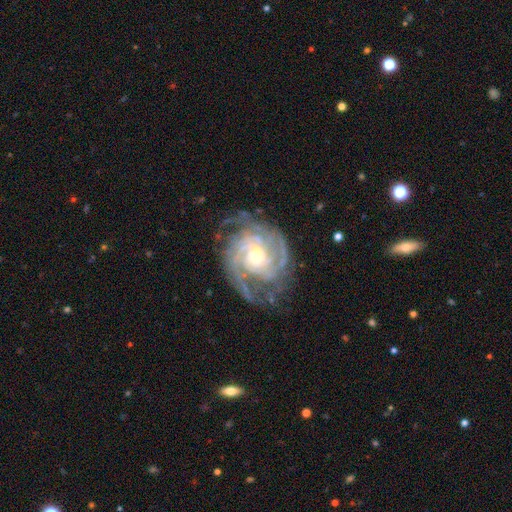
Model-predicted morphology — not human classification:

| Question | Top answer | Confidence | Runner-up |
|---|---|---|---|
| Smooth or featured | featured or disk | 90% | star or artifact (5%) |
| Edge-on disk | no | 97% | yes (3%) |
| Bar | no | 64% | weak (27%) |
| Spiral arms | yes | 98% | no (2%) |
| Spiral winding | tight | 66% | medium (29%) |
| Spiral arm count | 3 | 25% | 2 (24%) |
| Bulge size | small | 54% | moderate (39%) |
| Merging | none | 72% | minor disturbance (17%) |